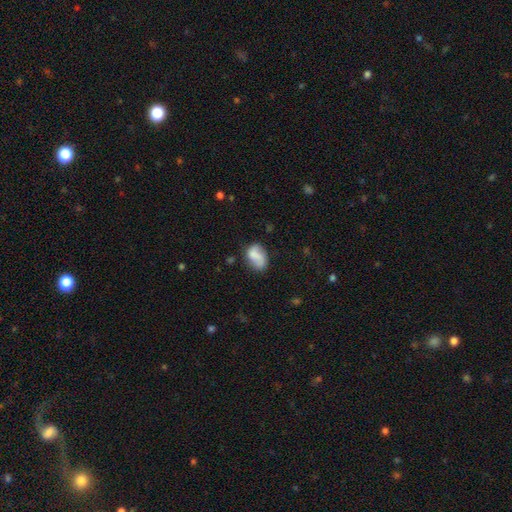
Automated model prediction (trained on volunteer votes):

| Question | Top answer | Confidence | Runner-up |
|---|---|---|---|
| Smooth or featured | smooth | 60% | featured or disk (31%) |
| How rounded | in between | 80% | round (18%) |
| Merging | none | 57% | minor disturbance (27%) |